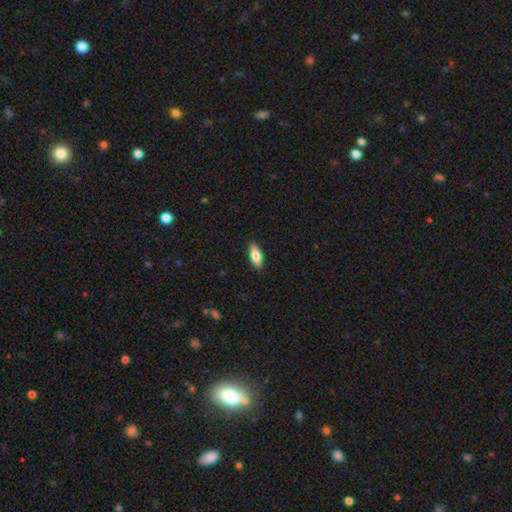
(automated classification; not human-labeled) Smooth or featured?
  - smooth: 70% *
  - featured or disk: 24%
  - star or artifact: 6%
How rounded?
  - in between: 69% *
  - cigar-shaped: 28%
  - round: 3%
Merging?
  - none: 88% *
  - minor disturbance: 9%
  - major disturbance: 2%
  - merger: 1%